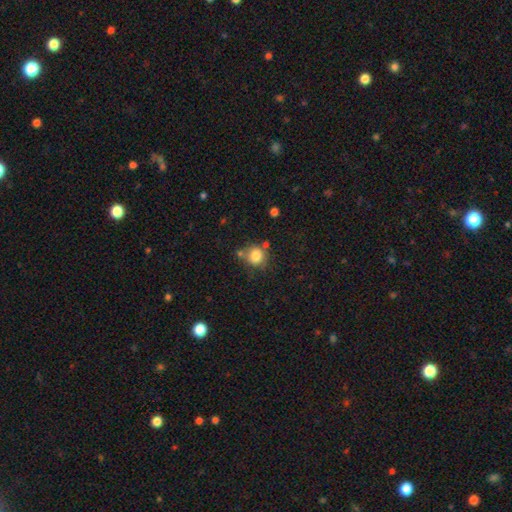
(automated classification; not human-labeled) smooth_or_featured: smooth (p=0.81) [alt: star or artifact p=0.11]
how_rounded: round (p=0.84) [alt: in between p=0.15]
merging: none (p=0.64) [alt: minor disturbance p=0.17]